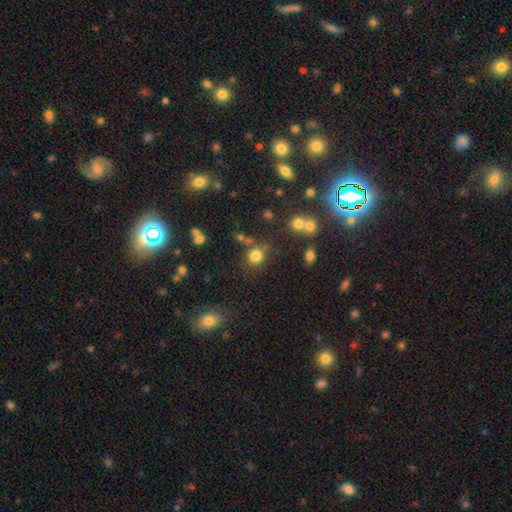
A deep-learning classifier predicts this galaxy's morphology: The model was most divided on "merging": none: 72%, minor disturbance: 12%, merger: 11%, major disturbance: 5%. More confident: how rounded — round (85%); smooth or featured — smooth (78%).